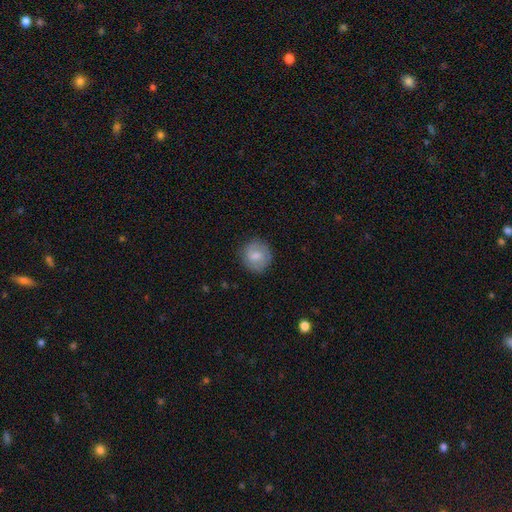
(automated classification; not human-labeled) Smooth or featured?
  - smooth: 73% *
  - featured or disk: 20%
  - star or artifact: 7%
How rounded?
  - round: 89% *
  - in between: 10%
  - cigar-shaped: 1%
Merging?
  - none: 83% *
  - minor disturbance: 13%
  - major disturbance: 3%
  - merger: 1%